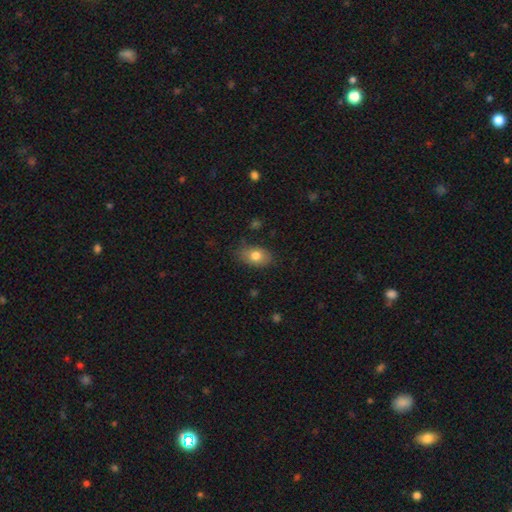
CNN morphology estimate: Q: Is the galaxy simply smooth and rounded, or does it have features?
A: smooth — 79%.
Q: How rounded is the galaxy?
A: in between — 85%.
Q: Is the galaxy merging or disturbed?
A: none — 78%.